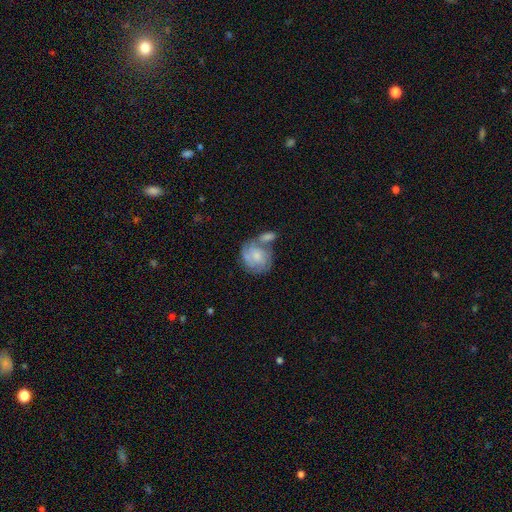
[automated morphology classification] This appears to be a featured or disk galaxy (50%). Merging: merger (41%).